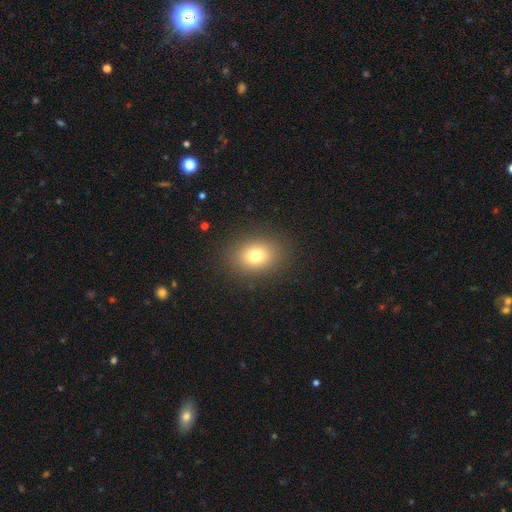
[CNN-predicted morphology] A smooth galaxy with no disk features (77%) that is in between round and cigar-shaped (54%).

Vote fractions:
- Smooth or featured? smooth: 77% / star or artifact: 13% / featured or disk: 11%
- How rounded? in between: 54% / round: 45% / cigar-shaped: 1%
- Merging? none: 88% / minor disturbance: 8% / major disturbance: 3% / merger: 1%